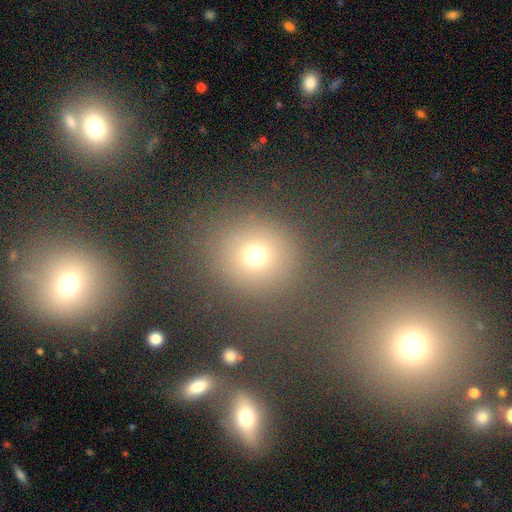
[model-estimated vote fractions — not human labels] smooth-or-featured: smooth: 70% | star or artifact: 21% | featured or disk: 9%
  how-rounded: round: 88% | in between: 10% | cigar-shaped: 1%
  merging: none: 79% | minor disturbance: 9% | merger: 6% | major disturbance: 6%